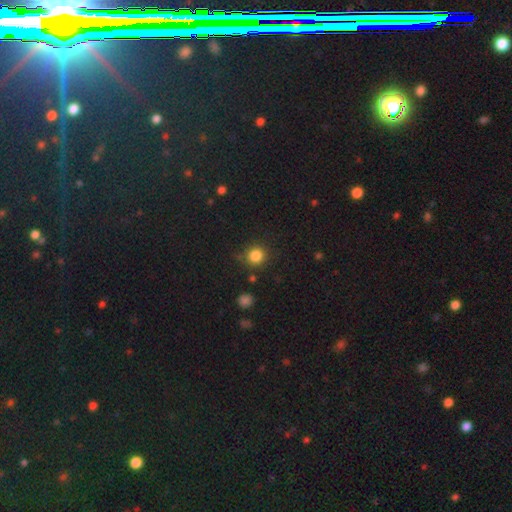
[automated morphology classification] Smooth or featured: smooth — 84% (star or artifact — 12%)
How rounded: round — 90% (in between — 10%)
Merging: none — 80% (minor disturbance — 12%)